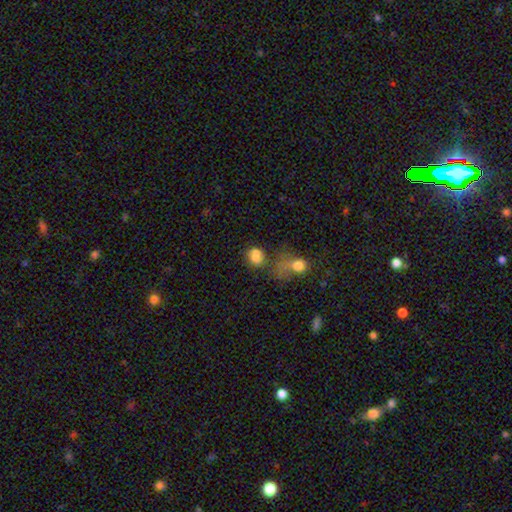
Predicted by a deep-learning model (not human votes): Morphology: type=smooth (72%); roundness=round (54%); merging=merger (46%).